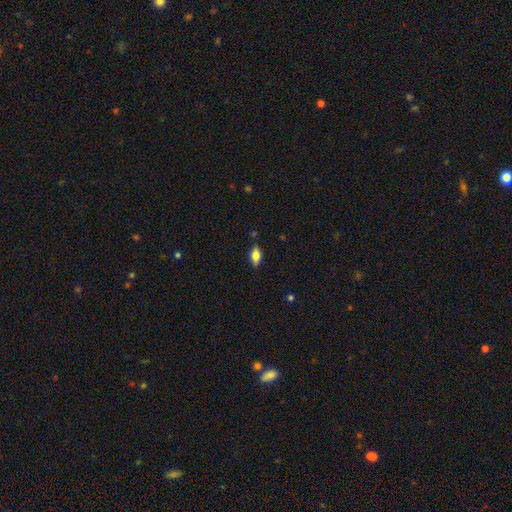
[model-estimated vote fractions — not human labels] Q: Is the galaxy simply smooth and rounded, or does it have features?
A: smooth — 71%.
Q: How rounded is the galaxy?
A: in between — 86%.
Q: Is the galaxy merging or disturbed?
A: none — 84%.